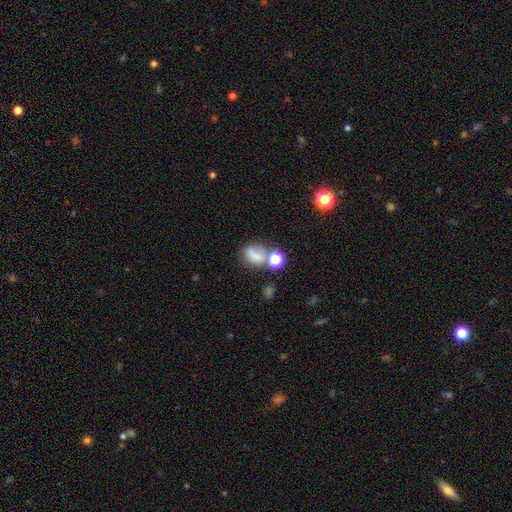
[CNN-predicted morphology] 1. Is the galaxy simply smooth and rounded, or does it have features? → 64% smooth, 19% star or artifact, 17% featured or disk.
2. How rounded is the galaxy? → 56% in between, 41% round, 3% cigar-shaped.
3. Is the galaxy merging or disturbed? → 40% none, 29% merger, 18% minor disturbance, 14% major disturbance.